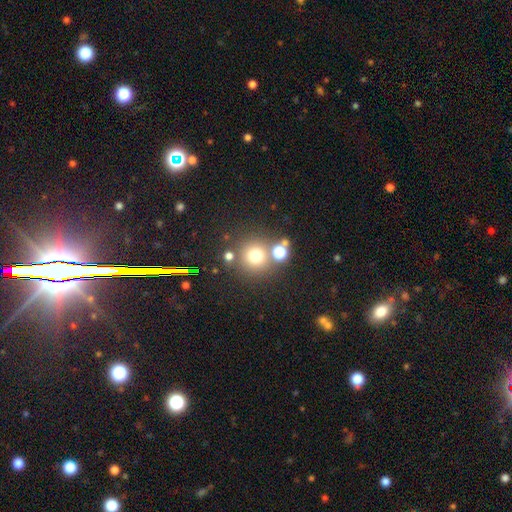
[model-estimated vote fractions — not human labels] smooth-or-featured: smooth: 71% | star or artifact: 20% | featured or disk: 10%
  how-rounded: round: 94% | in between: 6% | cigar-shaped: 1%
  merging: none: 75% | merger: 13% | minor disturbance: 8% | major disturbance: 4%